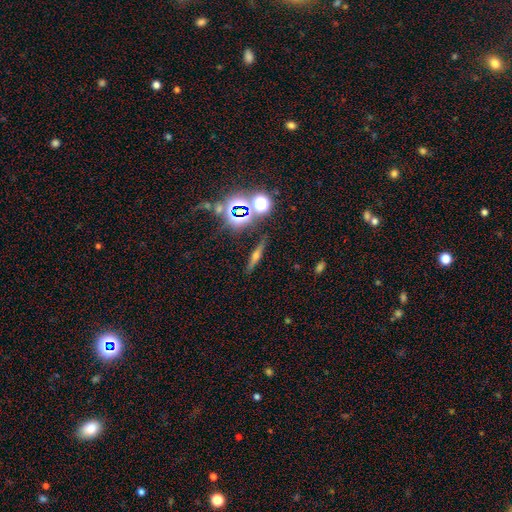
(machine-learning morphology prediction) type=featured or disk (51%); edge-on=yes (92%); merging=none (87%).